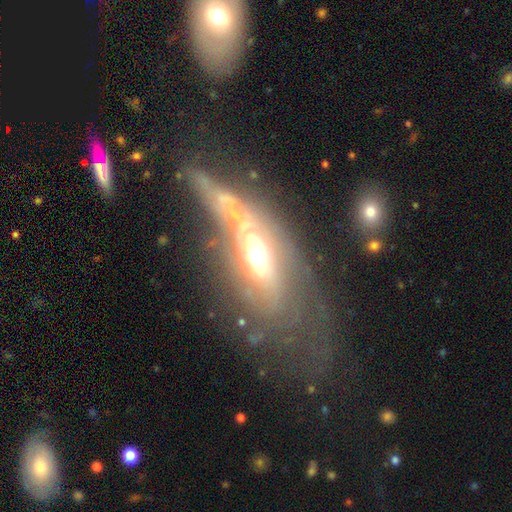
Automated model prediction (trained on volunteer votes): Overall: featured or disk (70%). Edge-on disk: no (73%). Bar: no (75%). Spiral arms: no (56%; yes 44%). Bulge size: moderate (51%; large 36%). Merging: none (43%; major disturbance 28%).